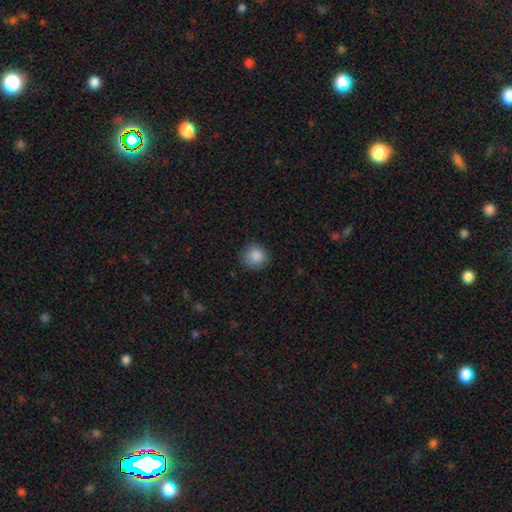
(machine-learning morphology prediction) smooth 87%, star or artifact 9%, featured or disk 4%. Down the decision tree: how rounded — round (91%); merging — none (86%).